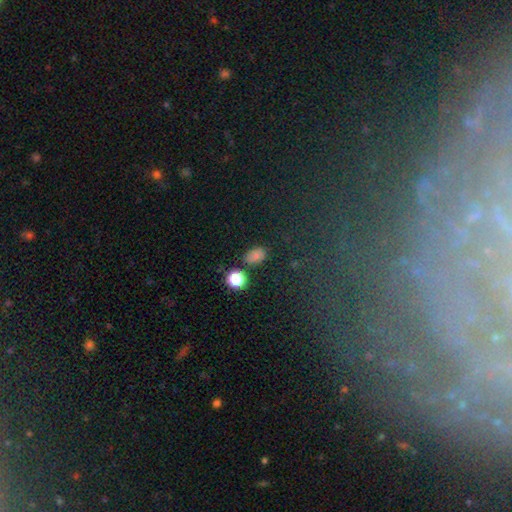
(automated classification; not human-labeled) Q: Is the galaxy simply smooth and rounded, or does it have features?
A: smooth — 78%.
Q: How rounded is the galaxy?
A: in between — 73%.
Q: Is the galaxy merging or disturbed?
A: none — 75%.